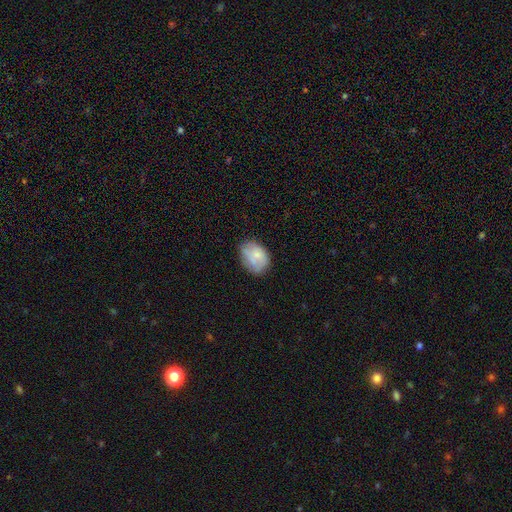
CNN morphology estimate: The model was most divided on "merging": none: 60%, minor disturbance: 29%, major disturbance: 8%, merger: 3%. More confident: how rounded — in between (73%); smooth or featured — smooth (71%).